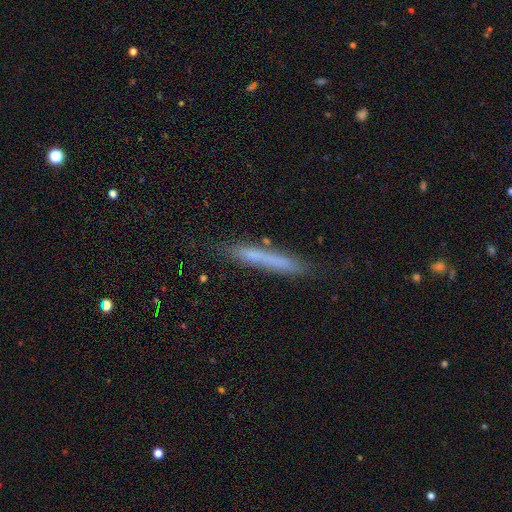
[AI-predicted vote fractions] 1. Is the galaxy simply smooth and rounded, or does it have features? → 61% smooth, 30% featured or disk, 8% star or artifact.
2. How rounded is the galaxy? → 95% cigar-shaped, 3% in between, 1% round.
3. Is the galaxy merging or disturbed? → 78% none, 16% minor disturbance, 4% major disturbance, 3% merger.